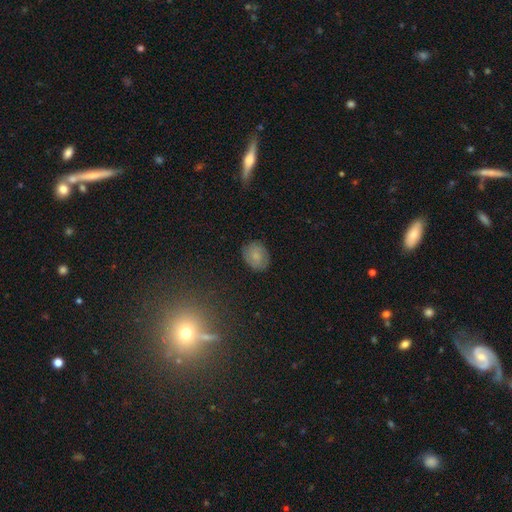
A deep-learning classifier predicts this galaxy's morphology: Overall: smooth (61%; featured or disk 29%). How rounded: round (53%; in between 46%). Merging: none (83%).